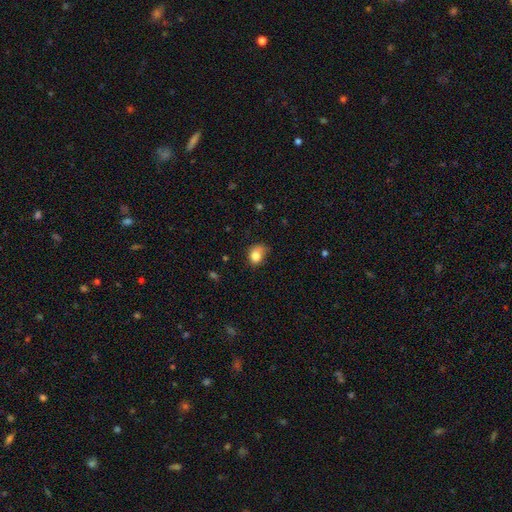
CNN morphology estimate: This is clearly a smooth galaxy (81%). How rounded: possibly round (53%). Merging: marginally none (40%, tied with minor disturbance).